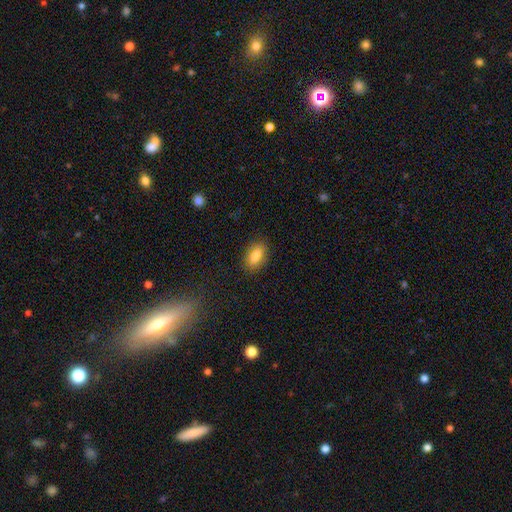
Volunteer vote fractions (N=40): This is clearly a smooth galaxy (80%). How rounded: clearly in between (84%). Merging: clearly none (82%).